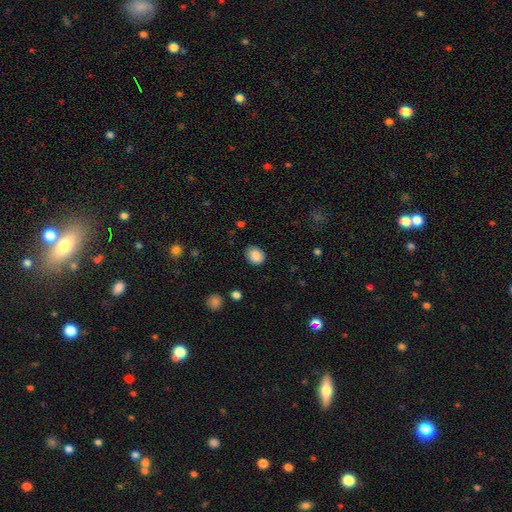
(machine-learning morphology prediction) Smooth or featured?
  - smooth: 88% *
  - star or artifact: 8%
  - featured or disk: 4%
How rounded?
  - round: 56% *
  - in between: 43%
  - cigar-shaped: 1%
Merging?
  - none: 84% *
  - minor disturbance: 11%
  - major disturbance: 3%
  - merger: 1%